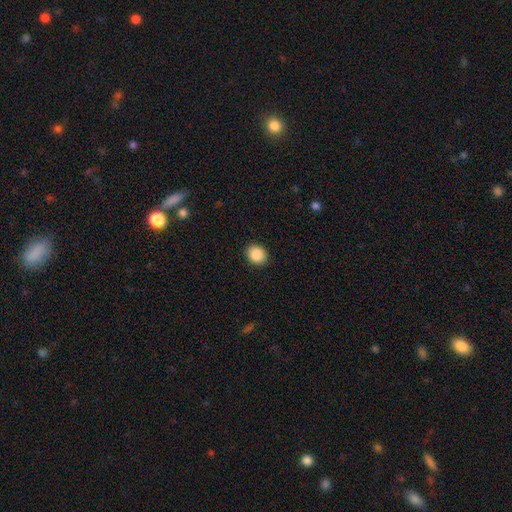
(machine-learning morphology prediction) Smooth or featured: smooth — 89% (star or artifact — 8%)
How rounded: round — 59% (in between — 40%)
Merging: none — 89% (minor disturbance — 7%)